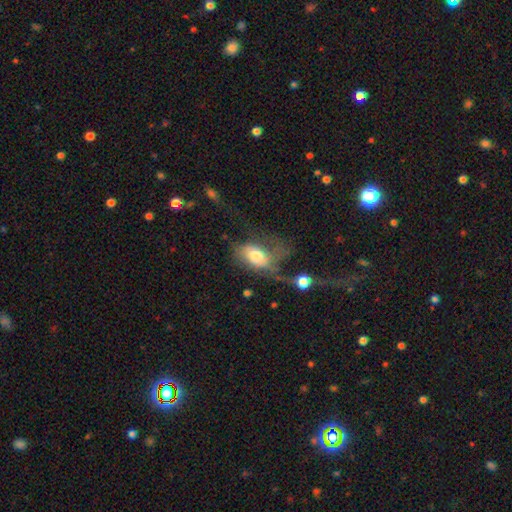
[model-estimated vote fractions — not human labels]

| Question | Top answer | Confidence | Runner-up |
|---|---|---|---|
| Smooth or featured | smooth | 60% | featured or disk (31%) |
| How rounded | in between | 85% | round (12%) |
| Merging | major disturbance | 49% | none (19%) |